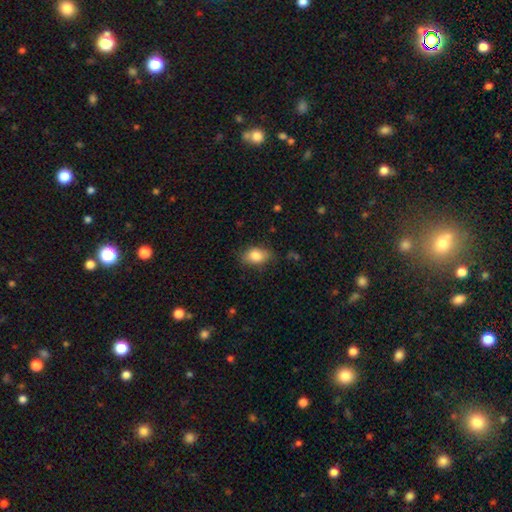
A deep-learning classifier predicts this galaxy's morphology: smooth_or_featured: smooth (p=0.84) [alt: featured or disk p=0.08]
how_rounded: in between (p=0.83) [alt: round p=0.15]
merging: none (p=0.76) [alt: minor disturbance p=0.19]